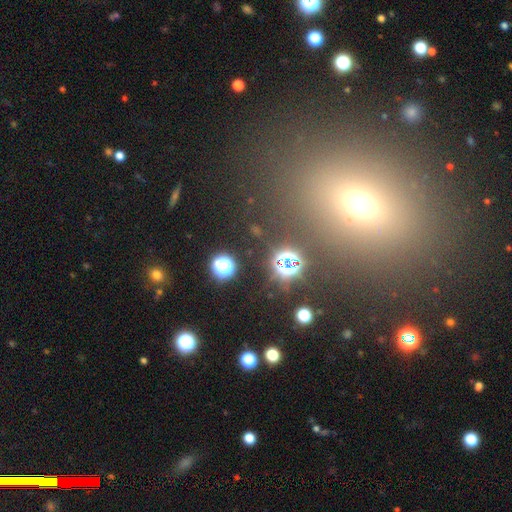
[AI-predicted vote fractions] Smooth or featured? Predicted: smooth (p=0.44). Merging? Predicted: none (p=0.85).